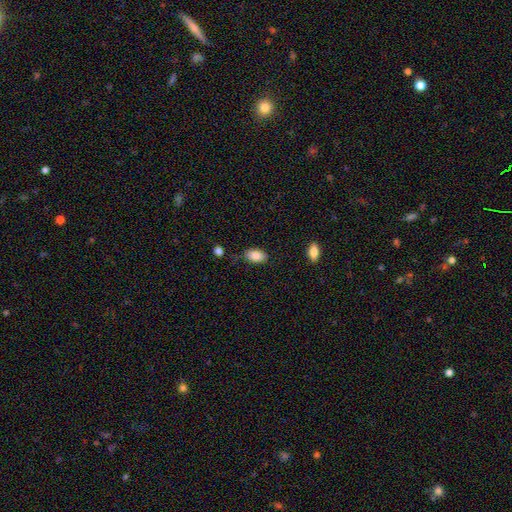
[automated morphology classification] smooth 86%, star or artifact 7%, featured or disk 6%. Down the decision tree: how rounded — in between (91%); merging — none (76%).